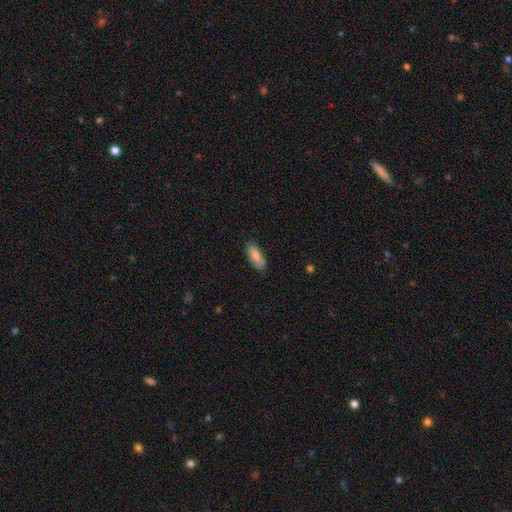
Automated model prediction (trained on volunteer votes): Morphology: type=smooth (84%); roundness=in between (80%); merging=none (82%).